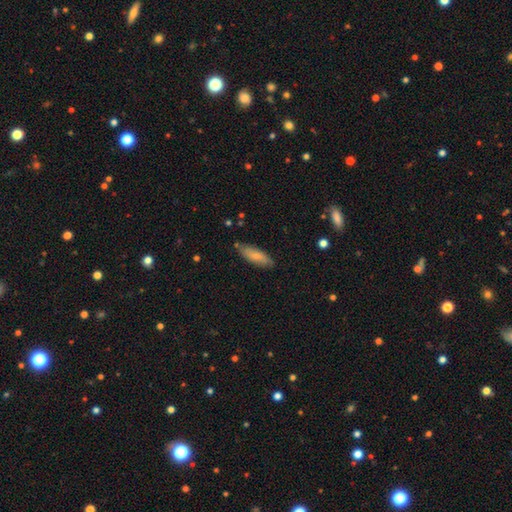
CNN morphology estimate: smooth-or-featured: smooth: 79% | featured or disk: 15% | star or artifact: 6%
  how-rounded: in between: 55% | cigar-shaped: 43% | round: 2%
  merging: none: 81% | minor disturbance: 14% | major disturbance: 2% | merger: 2%